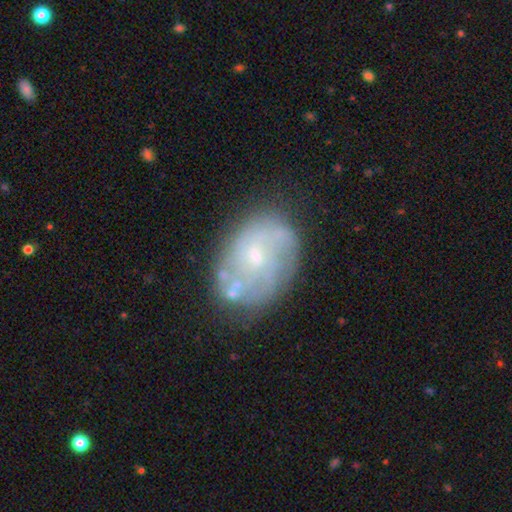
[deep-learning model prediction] A featured or disk galaxy (64%) with no bar (72%), spiral arms (64%) and a small central bulge (61%).

Vote fractions:
- Smooth or featured? featured or disk: 64% / smooth: 27% / star or artifact: 8%
- Edge-on disk? no: 97% / yes: 3%
- Bar? no: 72% / weak: 25% / strong: 3%
- Spiral arms? yes: 64% / no: 36%
- Bulge size? small: 61% / moderate: 32% / none: 5% / large: 2% / dominant: 1%
- Merging? none: 64% / minor disturbance: 21% / major disturbance: 9% / merger: 6%